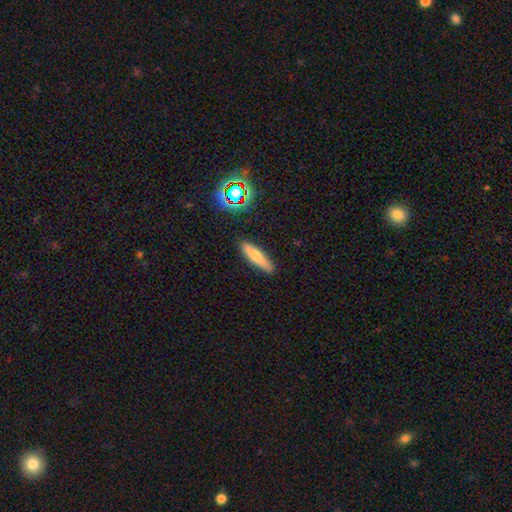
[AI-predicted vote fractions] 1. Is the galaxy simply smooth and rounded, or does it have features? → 73% smooth, 18% featured or disk, 9% star or artifact.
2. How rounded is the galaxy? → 81% cigar-shaped, 18% in between, 2% round.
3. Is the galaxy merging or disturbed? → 88% none, 9% minor disturbance, 2% major disturbance, 2% merger.